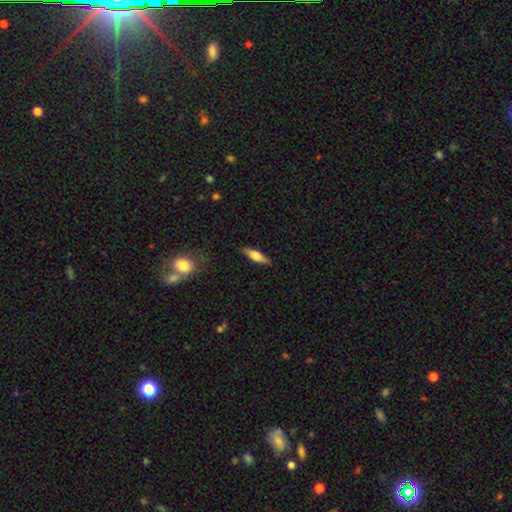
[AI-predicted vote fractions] A smooth galaxy with no disk features (63%) that is cigar-shaped (59%).

Vote fractions:
- Smooth or featured? smooth: 63% / featured or disk: 31% / star or artifact: 6%
- How rounded? cigar-shaped: 59% / in between: 38% / round: 2%
- Merging? none: 87% / minor disturbance: 10% / major disturbance: 2% / merger: 1%